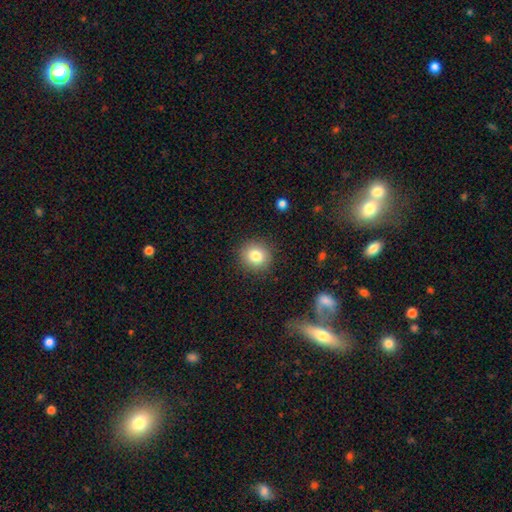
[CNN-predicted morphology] Smooth or featured?
  - smooth: 82% *
  - star or artifact: 10%
  - featured or disk: 8%
How rounded?
  - round: 88% *
  - in between: 11%
  - cigar-shaped: 1%
Merging?
  - none: 89% *
  - minor disturbance: 7%
  - major disturbance: 2%
  - merger: 1%